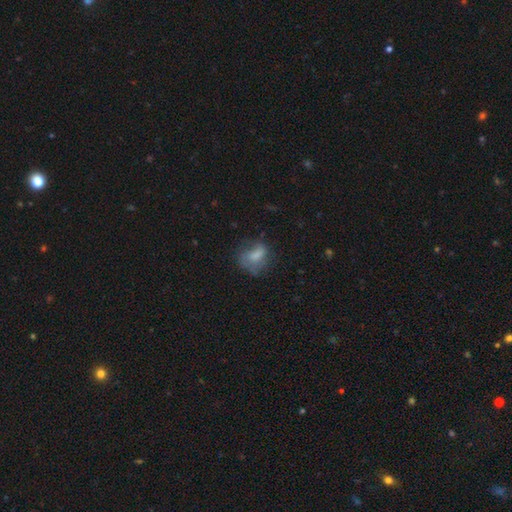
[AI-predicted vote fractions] A smooth galaxy with no disk features (63%) that is in between round and cigar-shaped (66%). Merging: none (42%).